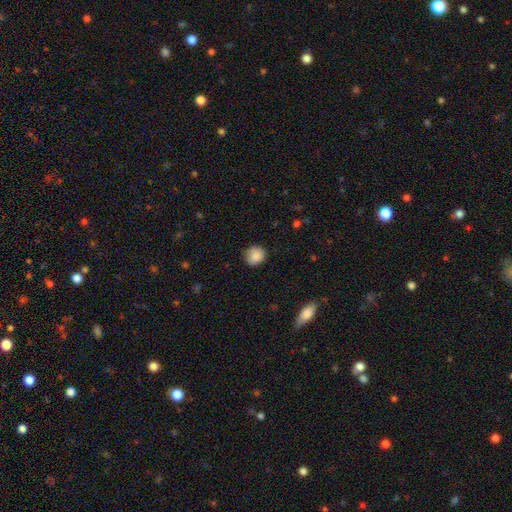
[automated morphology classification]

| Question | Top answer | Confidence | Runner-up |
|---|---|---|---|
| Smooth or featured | smooth | 86% | star or artifact (8%) |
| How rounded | round | 82% | in between (17%) |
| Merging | none | 79% | minor disturbance (16%) |